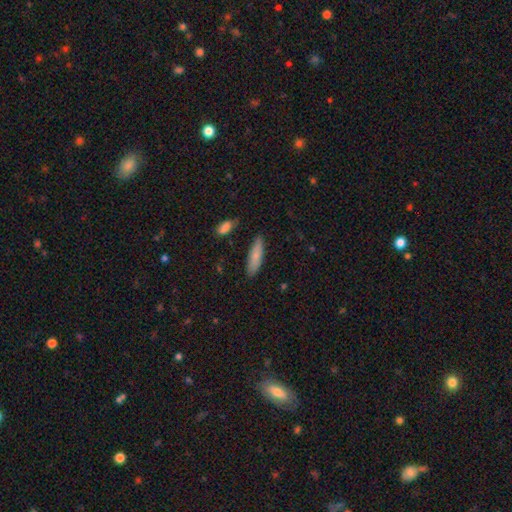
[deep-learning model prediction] The model was most divided on "how rounded": cigar-shaped: 59%, in between: 39%, round: 2%. More confident: merging — none (83%); smooth or featured — smooth (79%).